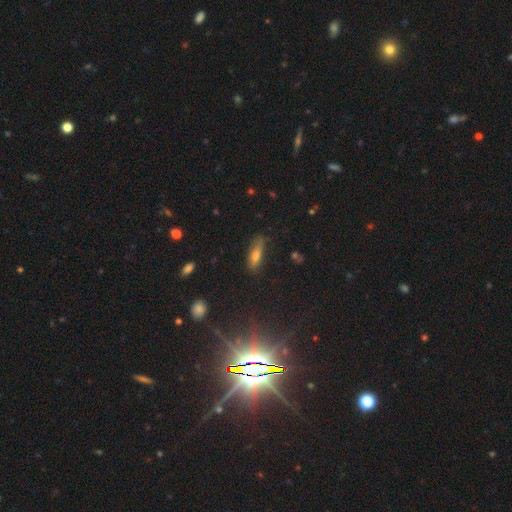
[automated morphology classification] Q: Smooth or featured?
A: smooth (50%); runner-up: star or artifact (26%)
Q: Merging?
A: none (76%); runner-up: minor disturbance (17%)